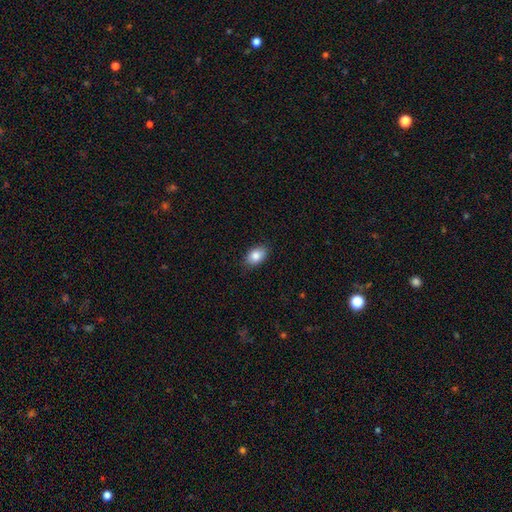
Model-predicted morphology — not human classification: The model was most divided on "merging": none: 86%, minor disturbance: 11%, major disturbance: 2%, merger: 1%. More confident: how rounded — in between (88%); smooth or featured — smooth (86%).